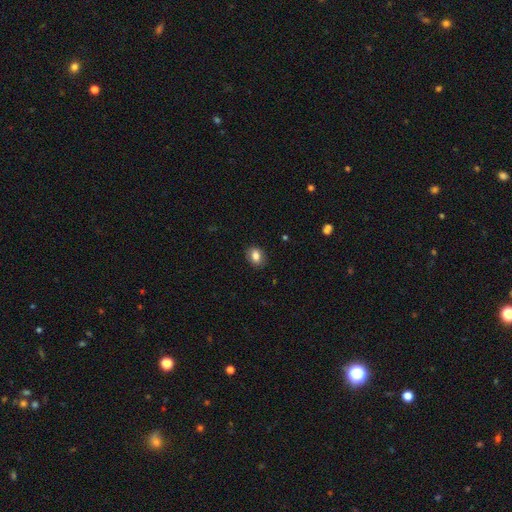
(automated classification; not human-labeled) This appears to be a smooth galaxy with no disk features (84%) that is in between round and cigar-shaped (70%). Merging: none (87%).